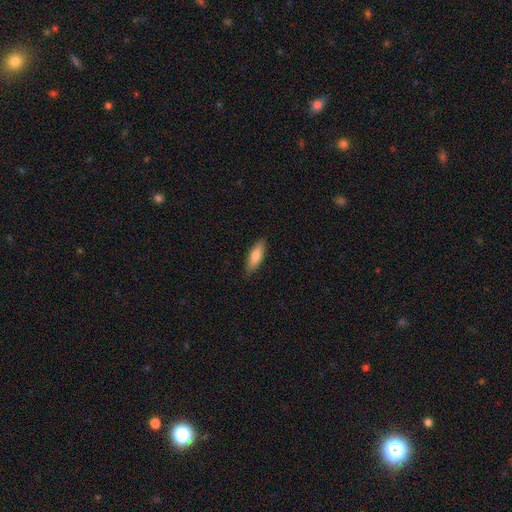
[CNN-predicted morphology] smooth_or_featured: smooth (p=0.78) [alt: featured or disk p=0.17]
how_rounded: in between (p=0.53) [alt: cigar-shaped p=0.45]
merging: none (p=0.86) [alt: minor disturbance p=0.11]